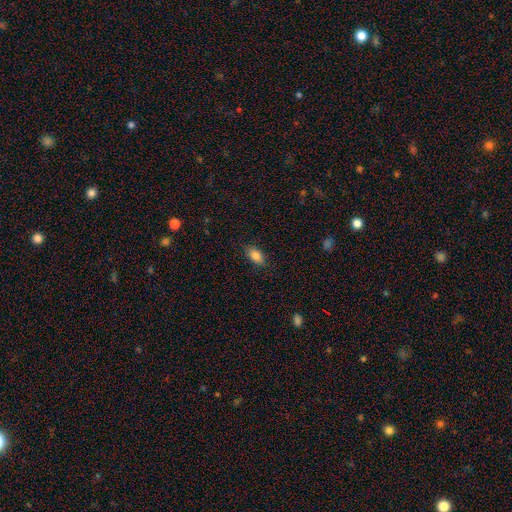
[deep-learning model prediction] A smooth galaxy with no disk features (85%) that is in between round and cigar-shaped (90%).

Vote fractions:
- Smooth or featured? smooth: 85% / star or artifact: 8% / featured or disk: 7%
- How rounded? in between: 90% / round: 6% / cigar-shaped: 4%
- Merging? none: 86% / minor disturbance: 10% / major disturbance: 2% / merger: 1%